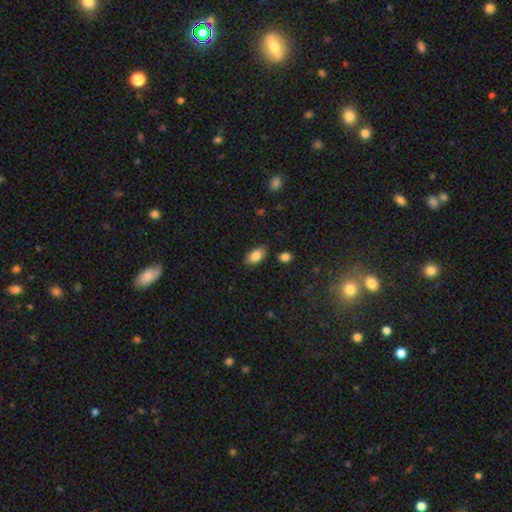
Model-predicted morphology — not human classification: Q: Smooth or featured?
A: smooth (84%); runner-up: featured or disk (9%)
Q: How rounded?
A: in between (91%); runner-up: round (4%)
Q: Merging?
A: none (84%); runner-up: minor disturbance (11%)